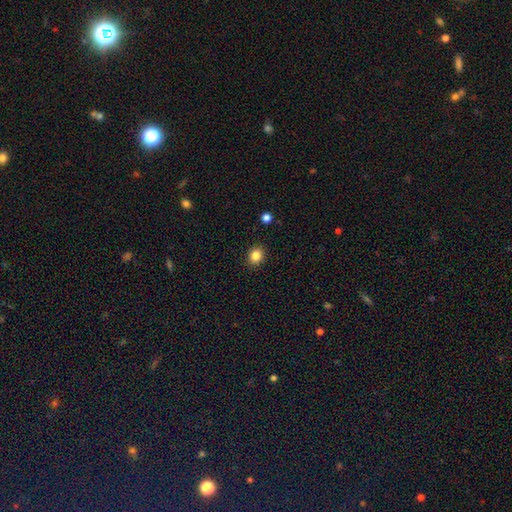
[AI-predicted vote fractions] This appears to be a smooth galaxy with no disk features (85%) that is round (67%). Merging: none (90%).